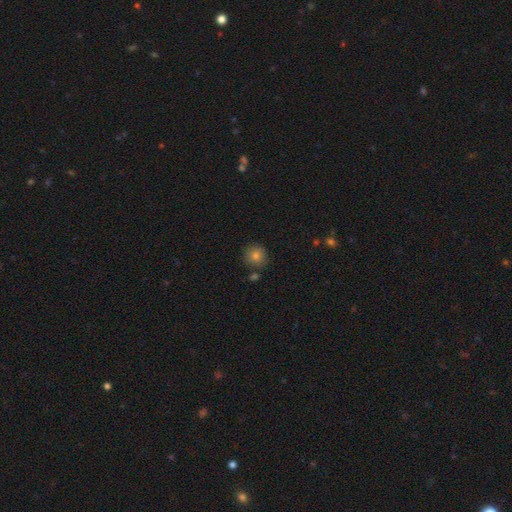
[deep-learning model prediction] A smooth galaxy with no disk features (82%) that is round (92%). Merging: none (80%).